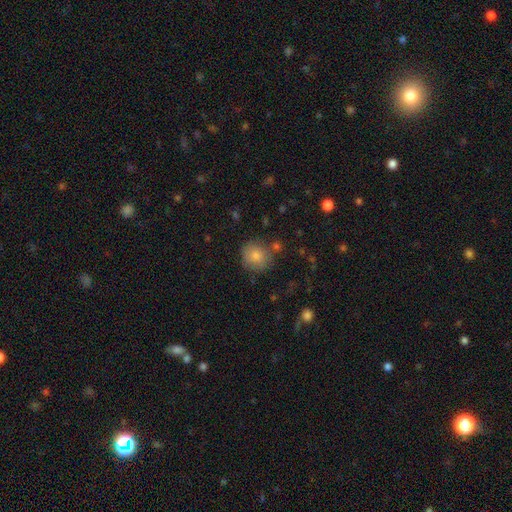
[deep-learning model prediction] Smooth or featured? smooth (82%)
How rounded? round (86%)
Merging? none (75%)